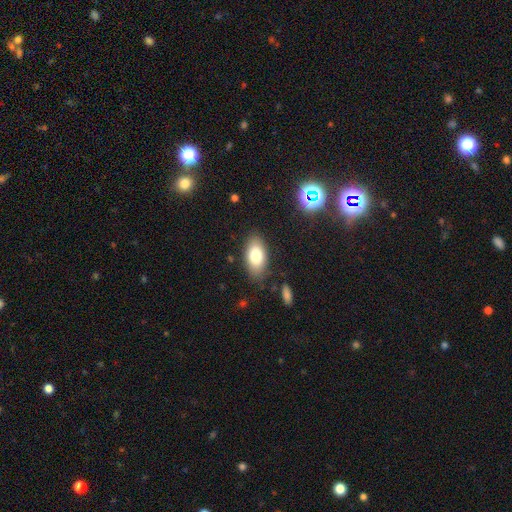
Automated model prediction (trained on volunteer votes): smooth_or_featured: smooth (p=0.79) [alt: featured or disk p=0.13]
how_rounded: in between (p=0.92) [alt: round p=0.04]
merging: none (p=0.83) [alt: minor disturbance p=0.12]